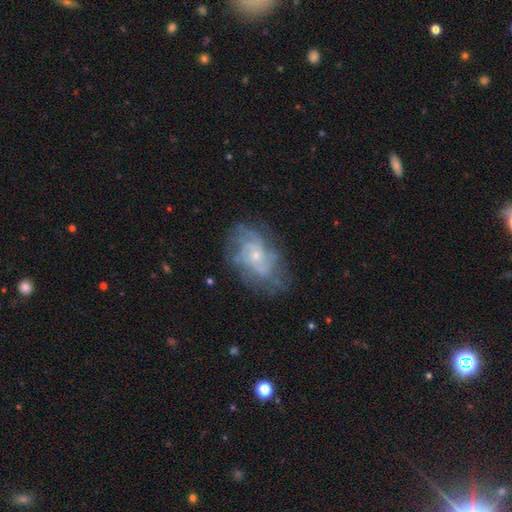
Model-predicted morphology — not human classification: type=featured or disk (78%); edge-on=no (96%); bar=no (76%); spiral arms=yes (89%); winding=tight (50%); arm count=can't tell (41%); bulge=small (76%); merging=none (71%).